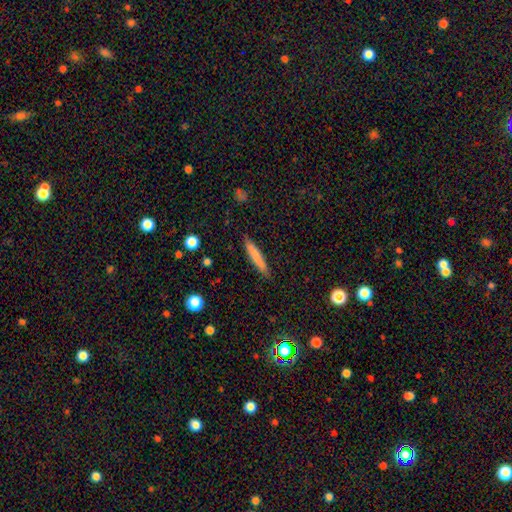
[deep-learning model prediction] This is likely a smooth galaxy (75%). How rounded: clearly cigar-shaped (94%). Merging: clearly none (88%).